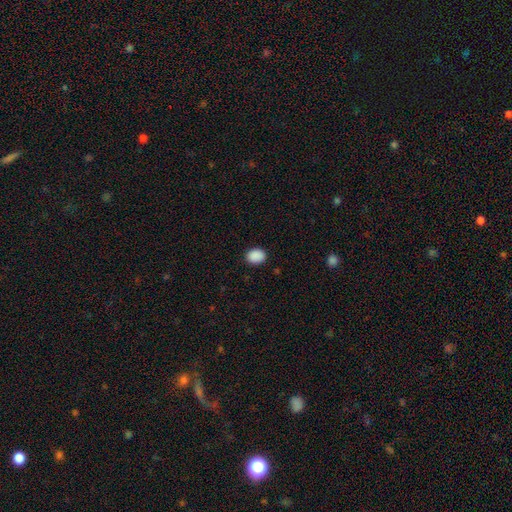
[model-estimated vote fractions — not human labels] smooth-or-featured: smooth: 90% | star or artifact: 8% | featured or disk: 2%
  how-rounded: in between: 58% | round: 41% | cigar-shaped: 1%
  merging: none: 88% | minor disturbance: 9% | major disturbance: 2% | merger: 1%